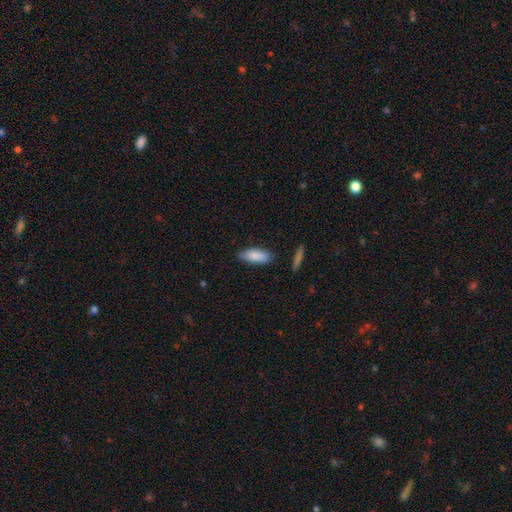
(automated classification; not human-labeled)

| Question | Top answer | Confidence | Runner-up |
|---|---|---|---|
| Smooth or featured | smooth | 85% | featured or disk (9%) |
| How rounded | in between | 74% | cigar-shaped (24%) |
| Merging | none | 78% | minor disturbance (17%) |